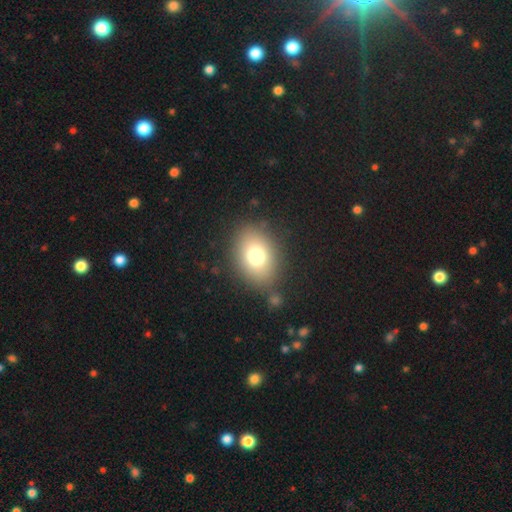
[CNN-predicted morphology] This appears to be a smooth galaxy with no disk features (75%) that is in between round and cigar-shaped (58%). Merging: none (81%).